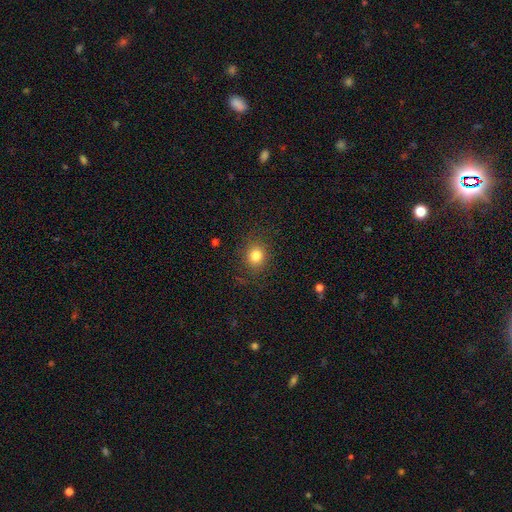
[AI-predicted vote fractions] Overall: smooth (82%). How rounded: round (73%). Merging: none (85%).